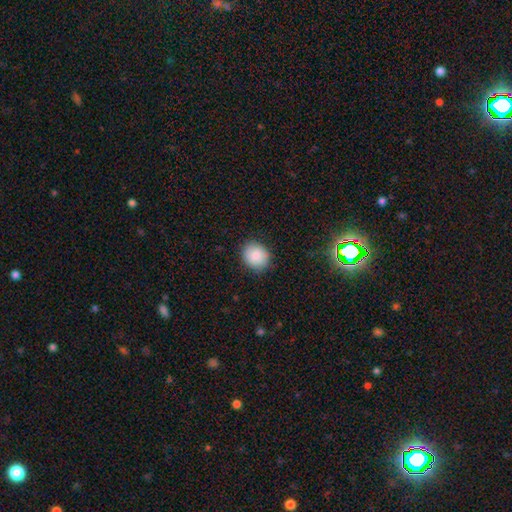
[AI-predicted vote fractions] smooth_or_featured: smooth (p=0.85) [alt: star or artifact p=0.08]
how_rounded: round (p=0.73) [alt: in between p=0.26]
merging: none (p=0.86) [alt: minor disturbance p=0.11]